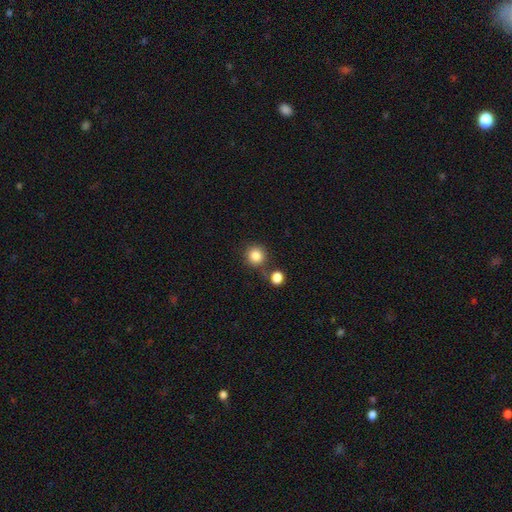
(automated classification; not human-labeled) smooth 84%, star or artifact 10%, featured or disk 5%. Down the decision tree: how rounded — round (93%); merging — none (72%).